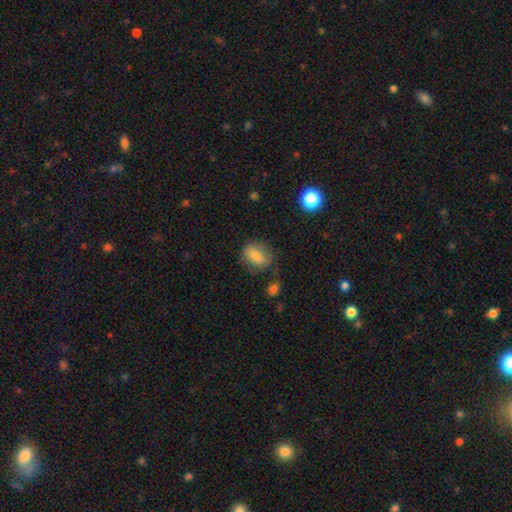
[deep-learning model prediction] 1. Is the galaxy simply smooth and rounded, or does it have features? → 73% smooth, 18% featured or disk, 9% star or artifact.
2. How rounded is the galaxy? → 68% in between, 28% round, 3% cigar-shaped.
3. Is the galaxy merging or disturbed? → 74% none, 18% minor disturbance, 5% major disturbance, 2% merger.